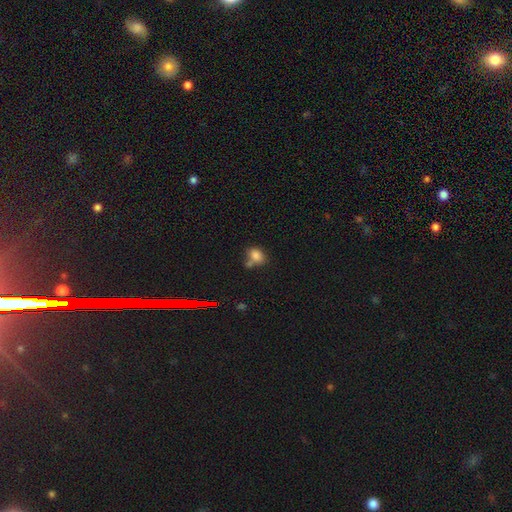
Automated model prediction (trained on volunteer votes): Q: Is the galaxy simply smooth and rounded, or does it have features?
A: smooth — 81%.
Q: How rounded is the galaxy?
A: in between — 59%.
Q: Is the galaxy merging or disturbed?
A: none — 51%.